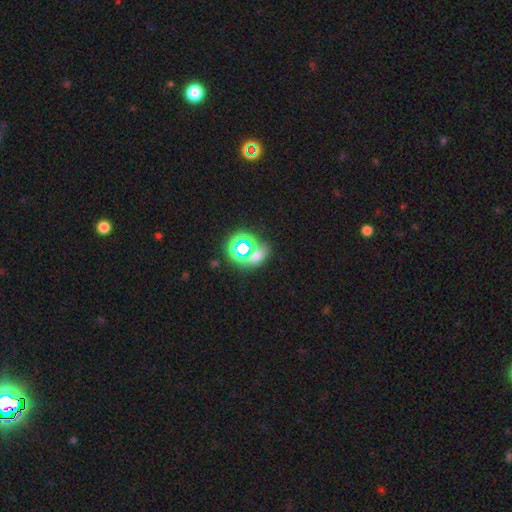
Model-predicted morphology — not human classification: The model was most divided on "smooth or featured": star or artifact: 49%, smooth: 38%, featured or disk: 13%.